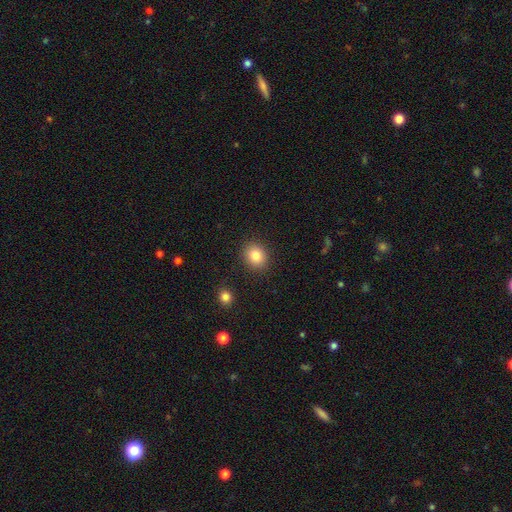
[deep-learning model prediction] smooth 83%, star or artifact 10%, featured or disk 7%. Down the decision tree: how rounded — round (69%); merging — none (89%).